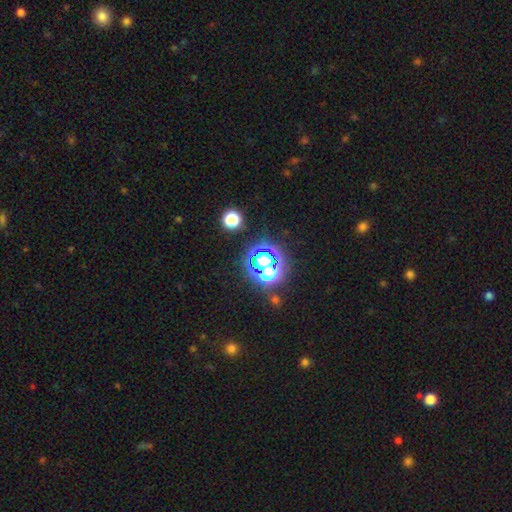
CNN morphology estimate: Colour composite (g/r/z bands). It shows a star or artifact, not a galaxy (79%).